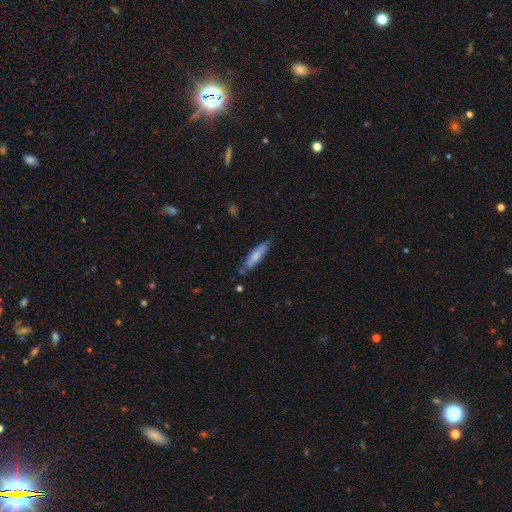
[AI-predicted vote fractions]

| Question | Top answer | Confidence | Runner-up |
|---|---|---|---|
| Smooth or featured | smooth | 70% | featured or disk (25%) |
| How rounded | cigar-shaped | 70% | in between (28%) |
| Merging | none | 71% | minor disturbance (22%) |